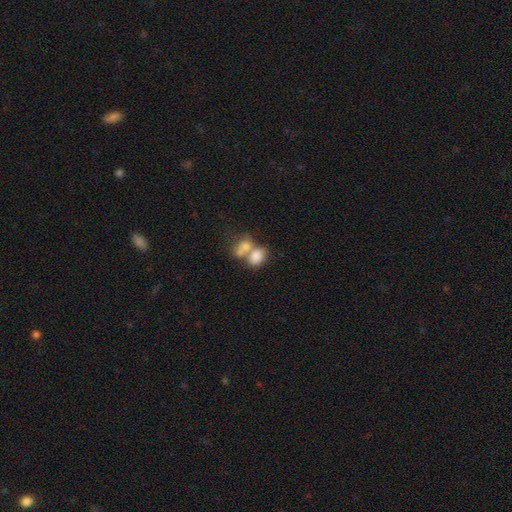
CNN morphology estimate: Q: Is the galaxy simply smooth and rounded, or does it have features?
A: smooth — 75%.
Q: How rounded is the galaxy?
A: in between — 71%.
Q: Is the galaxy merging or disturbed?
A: merger — 64%.